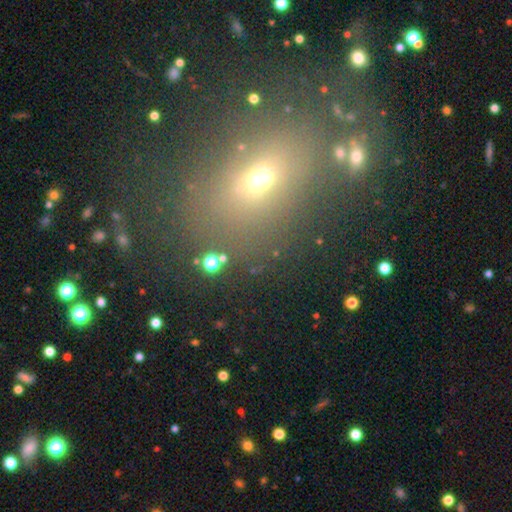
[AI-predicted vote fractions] A smooth galaxy with no disk features (50%). Merging: none (74%).